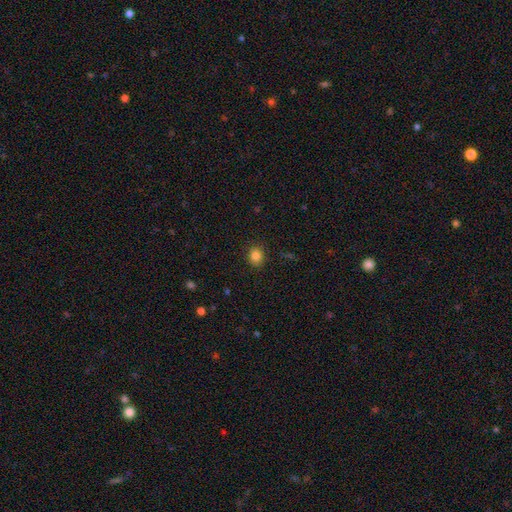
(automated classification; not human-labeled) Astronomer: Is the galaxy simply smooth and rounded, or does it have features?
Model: smooth — 84%.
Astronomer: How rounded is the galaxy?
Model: round — 71%.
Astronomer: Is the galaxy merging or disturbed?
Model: none — 89%.